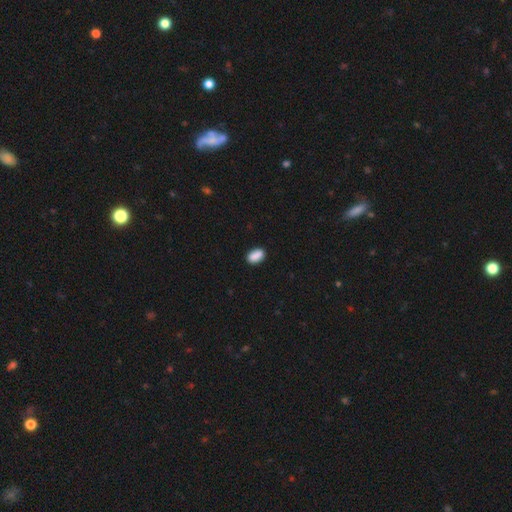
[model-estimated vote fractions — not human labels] This appears to be a smooth galaxy with no disk features (89%) that is in between round and cigar-shaped (89%). Merging: none (85%).